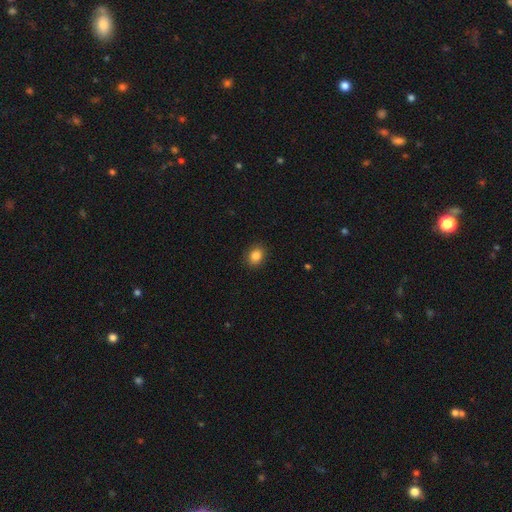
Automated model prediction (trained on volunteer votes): A smooth galaxy with no disk features (85%) that is in between round and cigar-shaped (54%).

Vote fractions:
- Smooth or featured? smooth: 85% / star or artifact: 10% / featured or disk: 5%
- How rounded? in between: 54% / round: 45% / cigar-shaped: 1%
- Merging? none: 89% / minor disturbance: 8% / major disturbance: 2% / merger: 1%